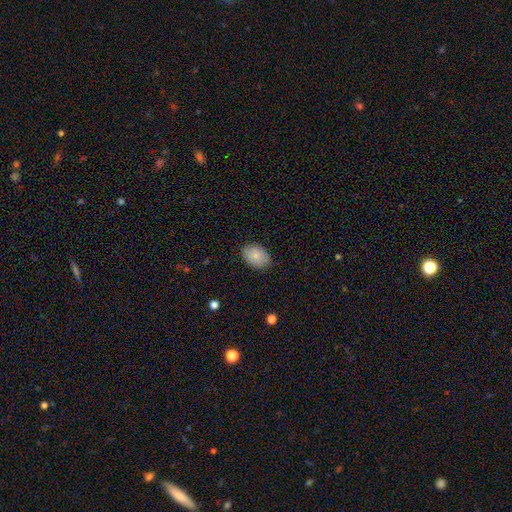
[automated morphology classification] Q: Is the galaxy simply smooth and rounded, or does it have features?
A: smooth — 82%.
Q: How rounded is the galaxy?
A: in between — 81%.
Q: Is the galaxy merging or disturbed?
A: none — 85%.